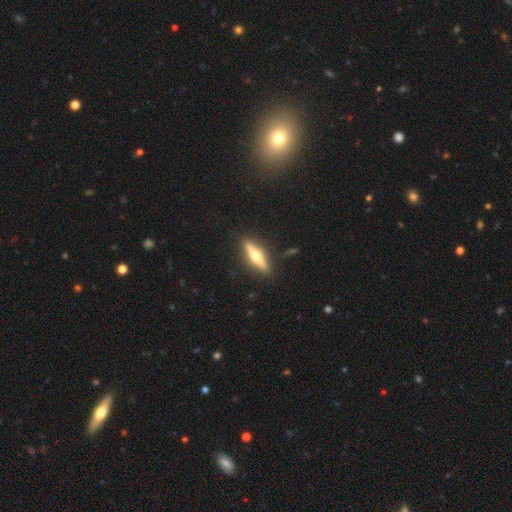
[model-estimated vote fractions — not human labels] Overall: featured or disk (66%; smooth 29%). Edge-on disk: yes (95%). Edge-on bulge: rounded (94%). Merging: none (89%).